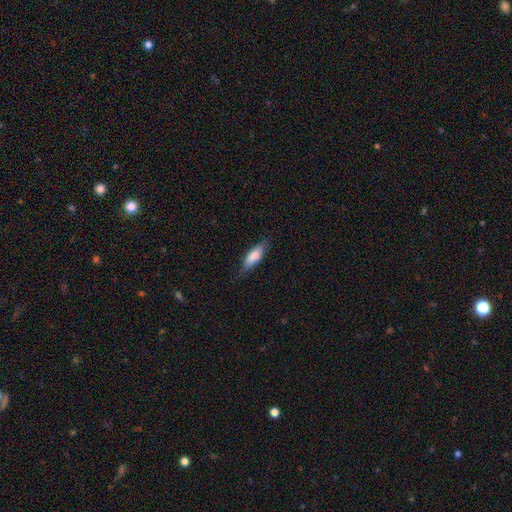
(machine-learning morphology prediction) This appears to be a smooth galaxy with no disk features (72%) that is in between round and cigar-shaped (51%). Merging: none (73%).